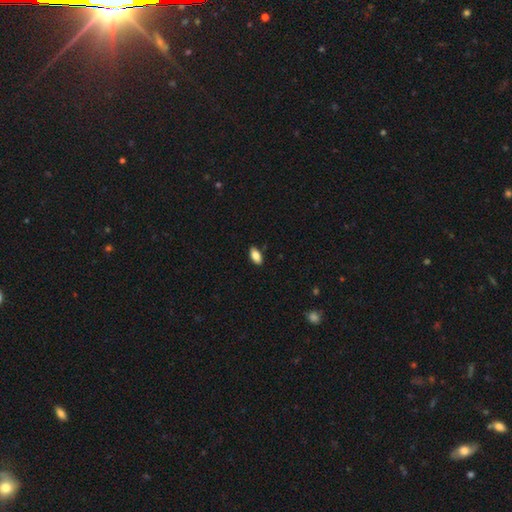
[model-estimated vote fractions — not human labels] A smooth galaxy with no disk features (84%) that is in between round and cigar-shaped (91%).

Vote fractions:
- Smooth or featured? smooth: 84% / featured or disk: 9% / star or artifact: 7%
- How rounded? in between: 91% / cigar-shaped: 6% / round: 3%
- Merging? none: 89% / minor disturbance: 8% / major disturbance: 2% / merger: 1%